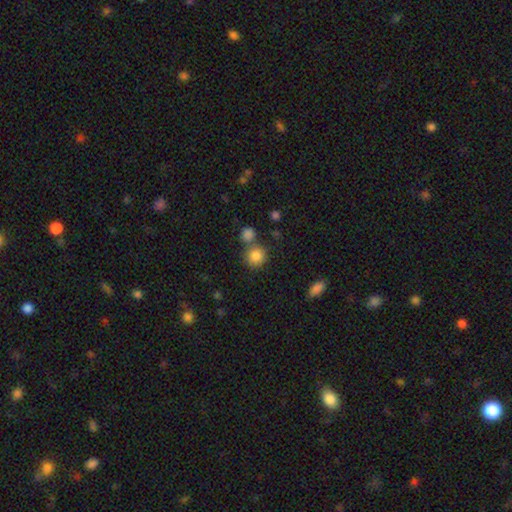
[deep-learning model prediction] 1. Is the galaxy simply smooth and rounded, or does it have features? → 85% smooth, 10% star or artifact, 5% featured or disk.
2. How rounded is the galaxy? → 90% round, 9% in between, 1% cigar-shaped.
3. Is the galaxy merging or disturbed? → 65% none, 23% merger, 9% minor disturbance, 3% major disturbance.